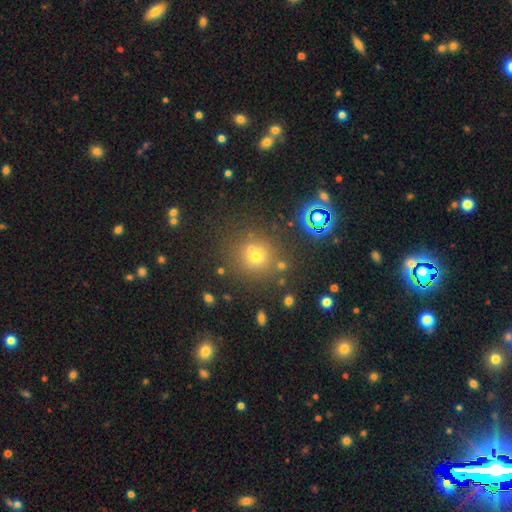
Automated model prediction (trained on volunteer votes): This appears to be a smooth galaxy with no disk features (60%) that is round (90%). Merging: none (70%).